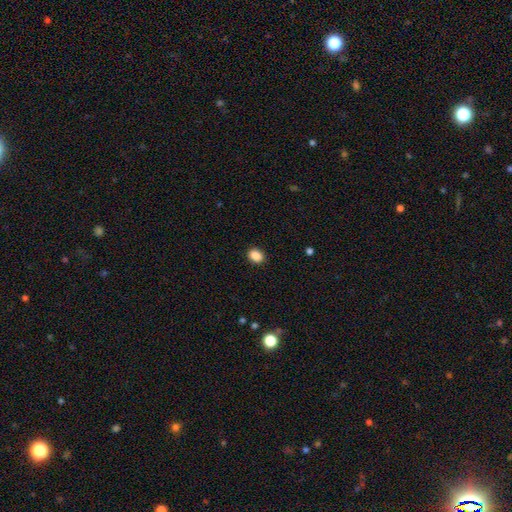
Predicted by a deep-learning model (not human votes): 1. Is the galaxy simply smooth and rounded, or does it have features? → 88% smooth, 9% star or artifact, 3% featured or disk.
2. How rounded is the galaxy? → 54% in between, 45% round, 1% cigar-shaped.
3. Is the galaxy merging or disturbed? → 90% none, 7% minor disturbance, 2% major disturbance, 1% merger.